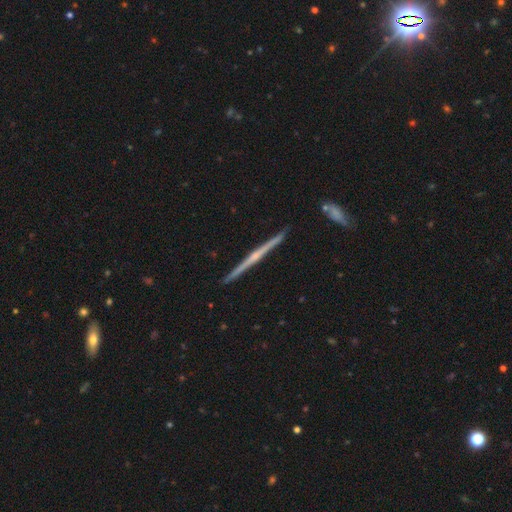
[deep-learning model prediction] Smooth or featured: featured or disk — 80% (smooth — 15%)
Edge-on disk: yes — 99% (no — 1%)
Edge-on bulge: rounded — 59% (none — 34%)
Merging: none — 92% (minor disturbance — 6%)